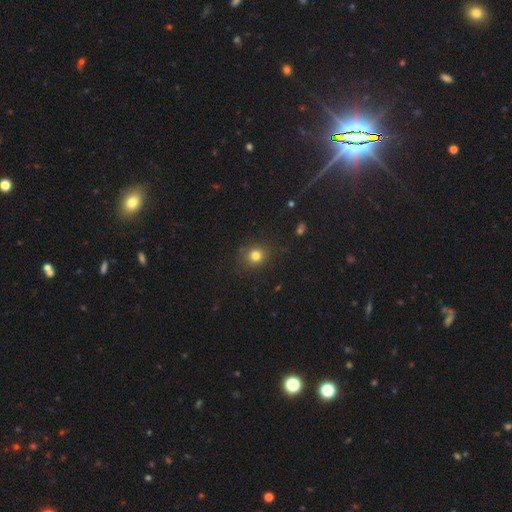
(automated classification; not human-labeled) Smooth or featured? Predicted: smooth (p=0.79). How rounded? Predicted: round (p=0.83). Merging? Predicted: none (p=0.86).